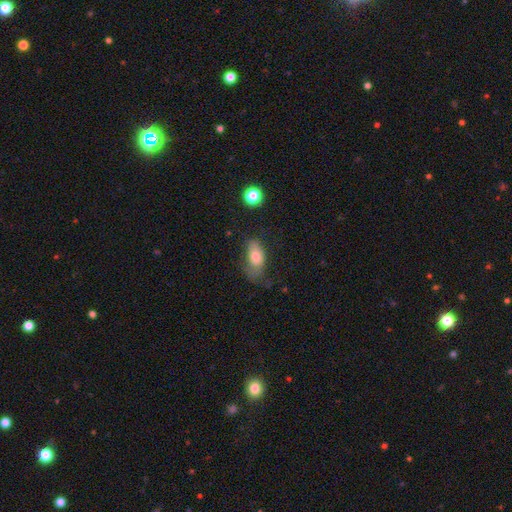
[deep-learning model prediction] Smooth or featured? Predicted: smooth (p=0.68). How rounded? Predicted: in between (p=0.85). Merging? Predicted: none (p=0.47).